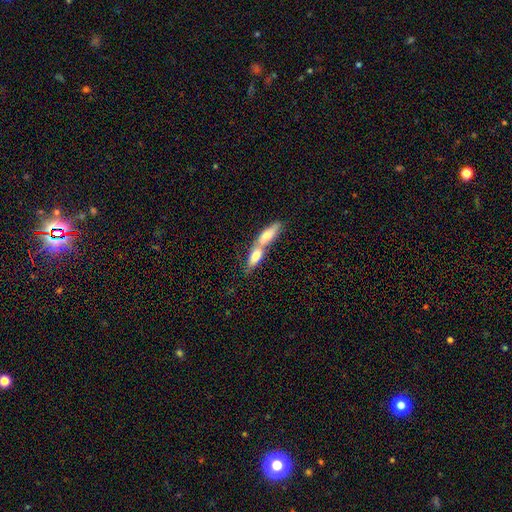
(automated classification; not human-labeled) Smooth or featured: smooth — 66% (featured or disk — 27%)
How rounded: in between — 58% (cigar-shaped — 38%)
Merging: merger — 70% (none — 22%)